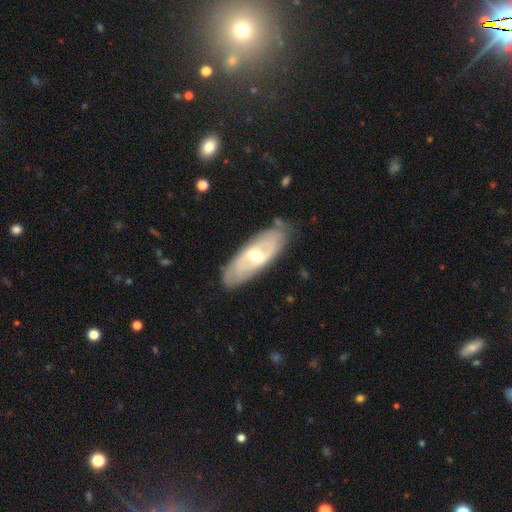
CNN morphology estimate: featured or disk 66%, smooth 29%, star or artifact 5%. Down the decision tree: edge-on disk — no (85%); bar — weak (50%); spiral arms — yes (66%); bulge size — moderate (64%); merging — none (81%).